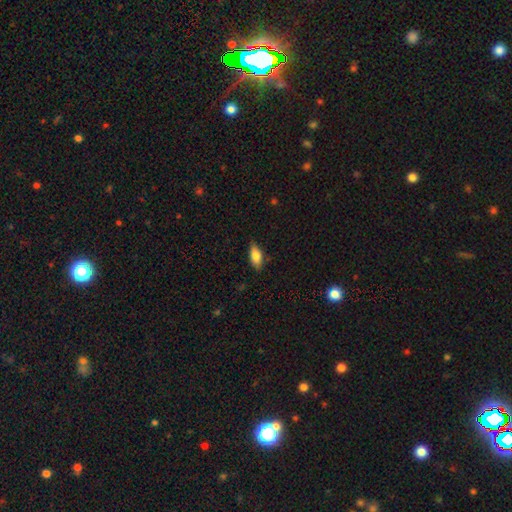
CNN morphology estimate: A smooth galaxy with no disk features (82%) that is in between round and cigar-shaped (86%). Merging: none (78%).